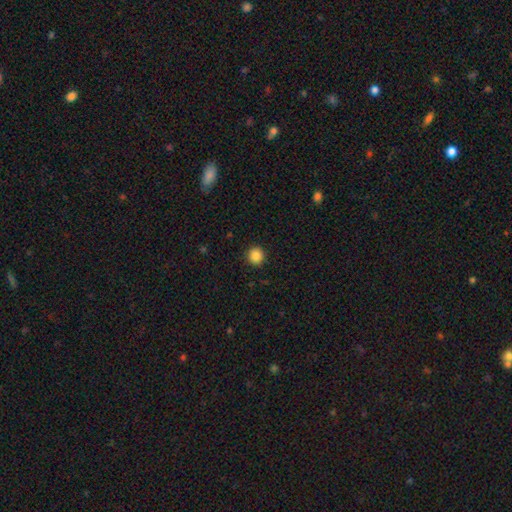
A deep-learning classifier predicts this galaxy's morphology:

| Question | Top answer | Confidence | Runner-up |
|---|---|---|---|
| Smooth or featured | smooth | 87% | star or artifact (10%) |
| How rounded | round | 93% | in between (6%) |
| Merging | none | 92% | minor disturbance (5%) |